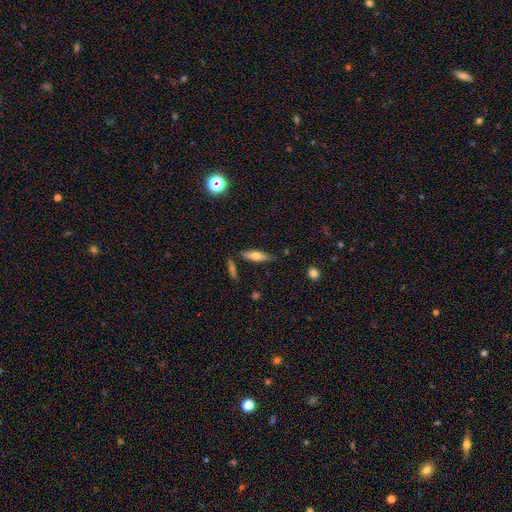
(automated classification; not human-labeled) smooth_or_featured: smooth (p=0.63) [alt: featured or disk p=0.30]
how_rounded: cigar-shaped (p=0.63) [alt: in between p=0.35]
merging: none (p=0.77) [alt: minor disturbance p=0.15]